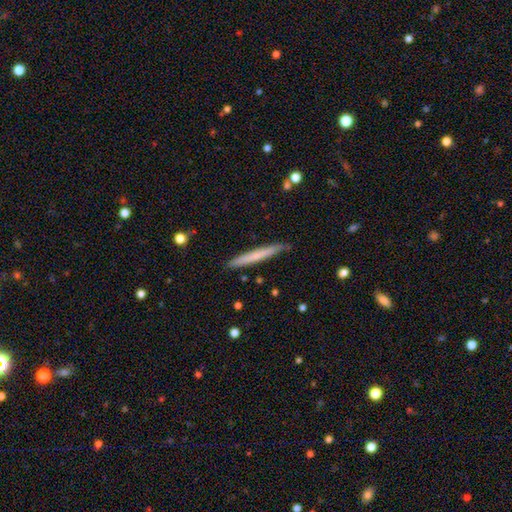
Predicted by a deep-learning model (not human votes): A smooth galaxy with no disk features (61%) that is cigar-shaped (97%). Merging: none (87%).